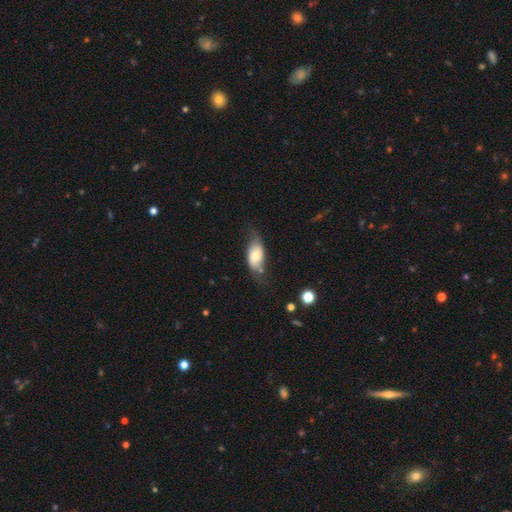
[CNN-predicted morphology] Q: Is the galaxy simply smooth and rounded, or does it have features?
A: smooth — 56%.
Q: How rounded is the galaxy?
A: in between — 88%.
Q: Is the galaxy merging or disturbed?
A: none — 49%.